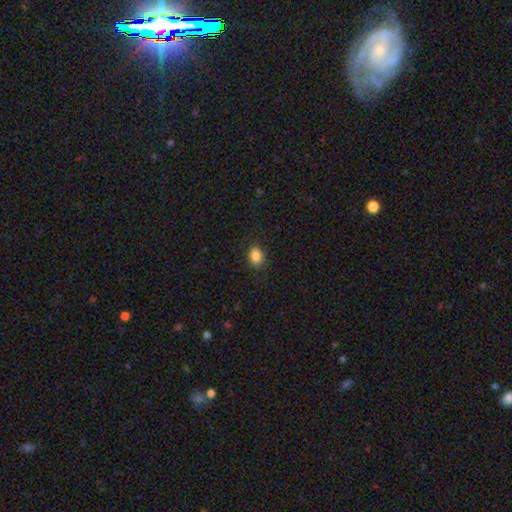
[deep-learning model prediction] The model was most divided on "how rounded": in between: 71%, round: 27%, cigar-shaped: 1%. More confident: merging — none (87%); smooth or featured — smooth (86%).